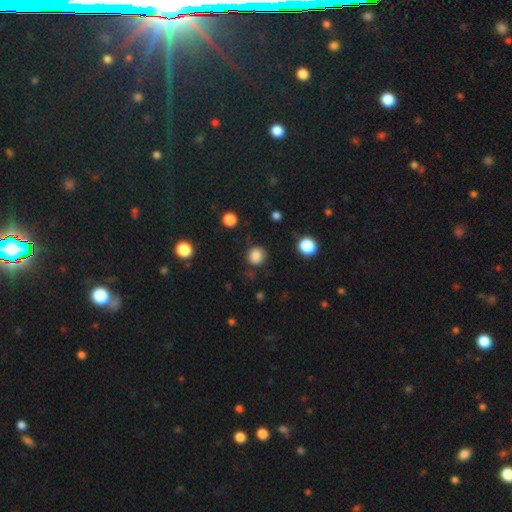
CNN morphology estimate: smooth-or-featured: smooth: 84% | star or artifact: 12% | featured or disk: 4%
  how-rounded: round: 86% | in between: 13% | cigar-shaped: 1%
  merging: none: 81% | minor disturbance: 12% | major disturbance: 4% | merger: 2%